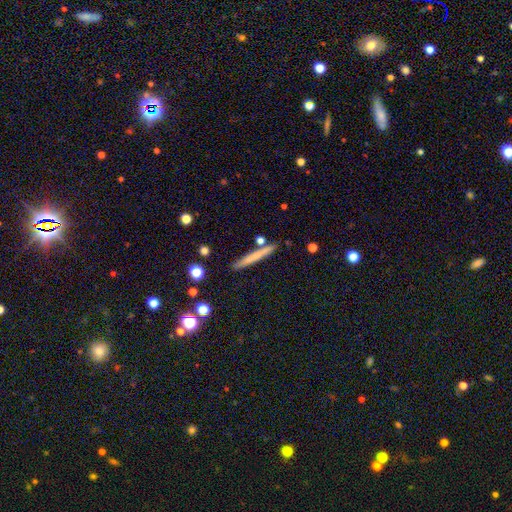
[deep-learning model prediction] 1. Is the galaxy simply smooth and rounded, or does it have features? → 57% smooth, 36% featured or disk, 7% star or artifact.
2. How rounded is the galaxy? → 95% cigar-shaped, 3% in between, 2% round.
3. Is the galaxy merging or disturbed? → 84% none, 9% minor disturbance, 5% merger, 2% major disturbance.